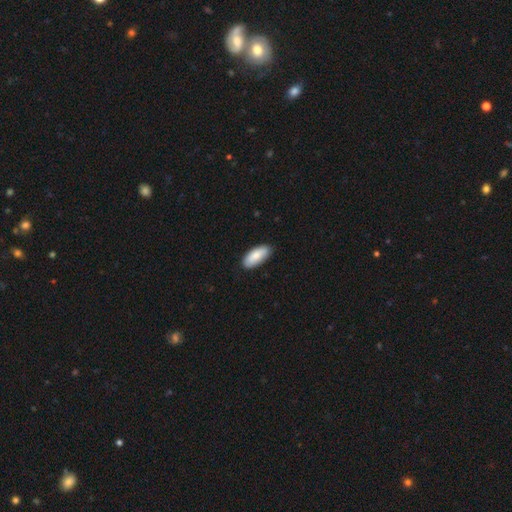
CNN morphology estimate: Q: Smooth or featured?
A: smooth (84%); runner-up: featured or disk (11%)
Q: How rounded?
A: in between (87%); runner-up: cigar-shaped (12%)
Q: Merging?
A: none (86%); runner-up: minor disturbance (11%)